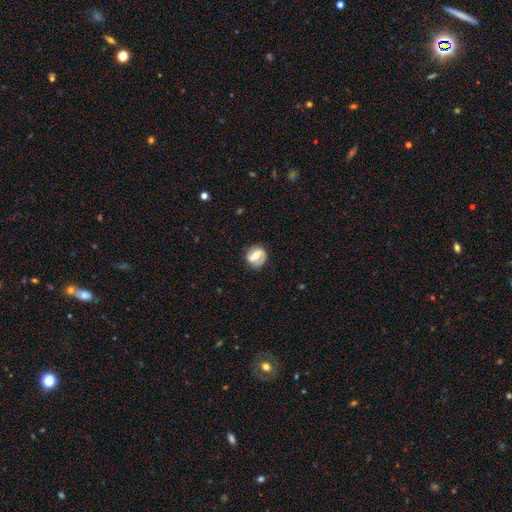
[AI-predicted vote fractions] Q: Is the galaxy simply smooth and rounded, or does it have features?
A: featured or disk — 61%.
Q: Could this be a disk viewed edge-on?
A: no — 95%.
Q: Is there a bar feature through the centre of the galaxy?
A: strong — 51%.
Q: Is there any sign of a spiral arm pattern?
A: yes — 66%.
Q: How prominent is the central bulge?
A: moderate — 60%.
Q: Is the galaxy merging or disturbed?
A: none — 79%.